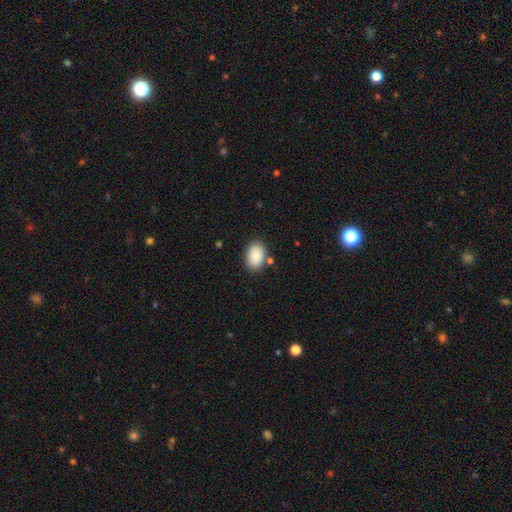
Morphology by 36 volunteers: A smooth galaxy with no disk features (97%) that is in between round and cigar-shaped (89%).

Vote fractions:
- Smooth or featured? smooth: 97% / star or artifact: 3% / featured or disk: 0%
- How rounded? in between: 89% / round: 9% / cigar-shaped: 3%
- Merging? none: 86% / minor disturbance: 6% / merger: 6% / major disturbance: 3%